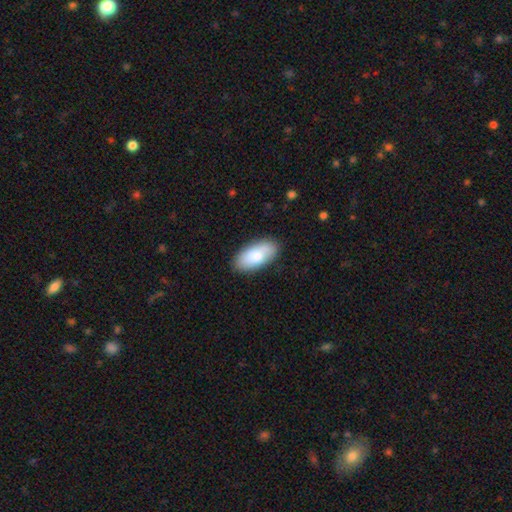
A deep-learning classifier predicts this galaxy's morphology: smooth-or-featured: smooth: 81% | featured or disk: 13% | star or artifact: 6%
  how-rounded: in between: 92% | cigar-shaped: 6% | round: 2%
  merging: none: 85% | minor disturbance: 11% | major disturbance: 2% | merger: 1%